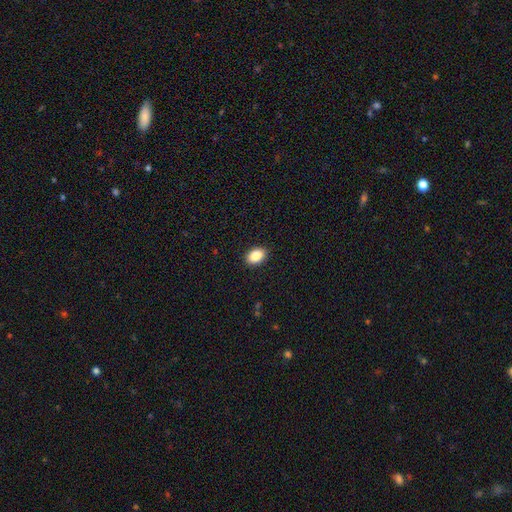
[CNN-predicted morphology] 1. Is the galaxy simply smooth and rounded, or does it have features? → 87% smooth, 8% star or artifact, 5% featured or disk.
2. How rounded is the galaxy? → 86% in between, 13% round, 1% cigar-shaped.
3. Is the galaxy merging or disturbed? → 90% none, 7% minor disturbance, 2% major disturbance, 1% merger.